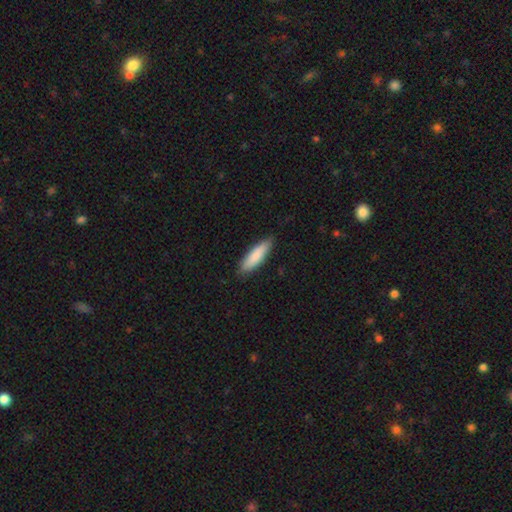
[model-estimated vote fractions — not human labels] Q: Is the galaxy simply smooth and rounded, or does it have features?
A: smooth — 84%.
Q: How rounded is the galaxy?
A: cigar-shaped — 63%.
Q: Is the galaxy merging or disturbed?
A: none — 86%.